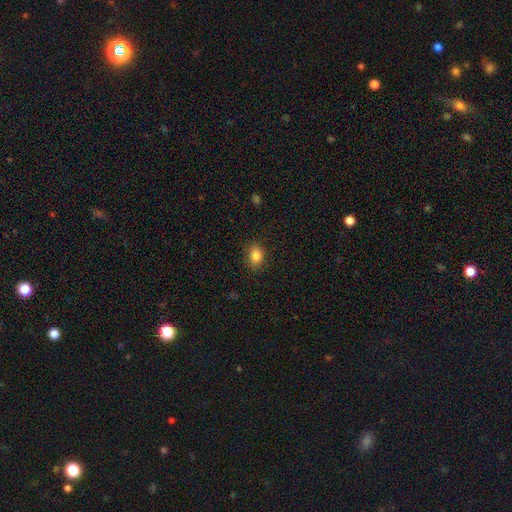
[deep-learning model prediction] Smooth or featured? Predicted: smooth (p=0.83). How rounded? Predicted: in between (p=0.61). Merging? Predicted: none (p=0.87).